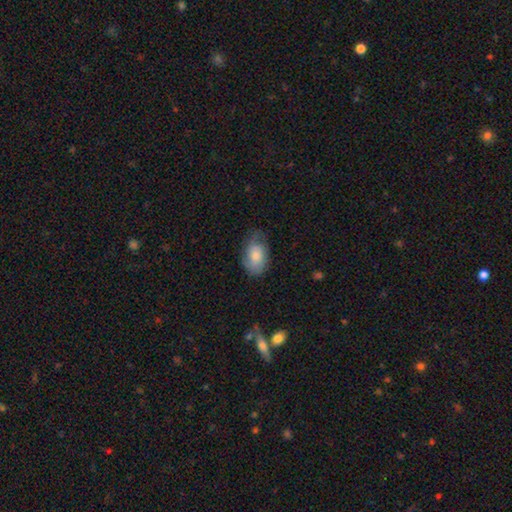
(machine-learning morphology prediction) This appears to be a smooth galaxy with no disk features (70%) that is in between round and cigar-shaped (89%). Merging: none (58%).